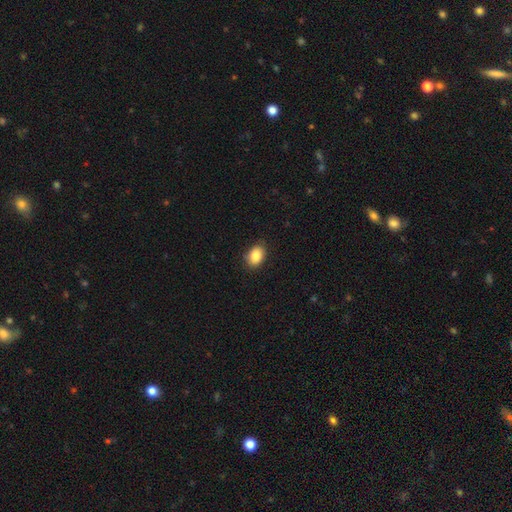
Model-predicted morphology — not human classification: smooth_or_featured: smooth (p=0.87) [alt: star or artifact p=0.08]
how_rounded: in between (p=0.80) [alt: round p=0.18]
merging: none (p=0.83) [alt: minor disturbance p=0.13]